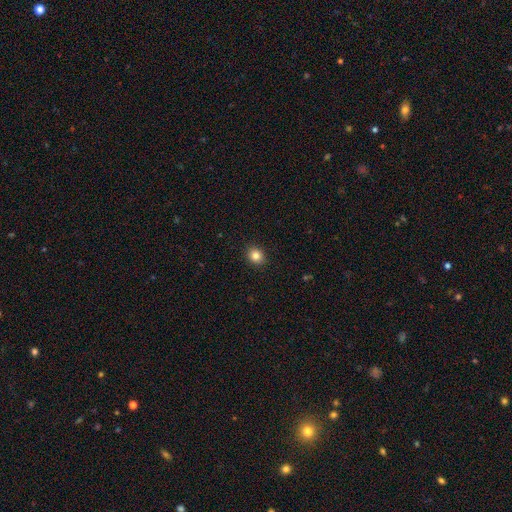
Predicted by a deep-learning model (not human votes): This appears to be a smooth galaxy with no disk features (84%) that is round (69%). Merging: none (91%).